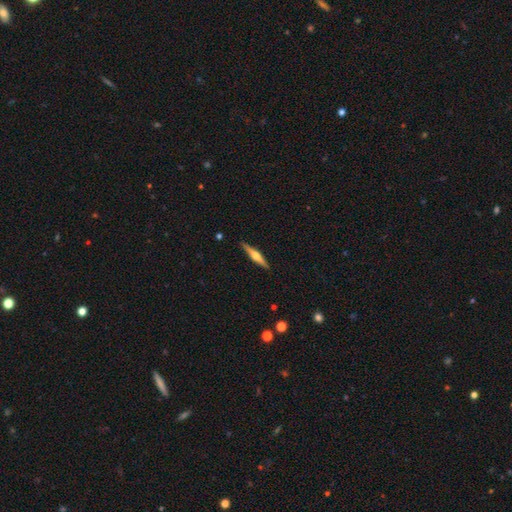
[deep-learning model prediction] featured or disk 72%, smooth 22%, star or artifact 5%. Down the decision tree: edge-on disk — yes (98%); edge-on bulge — rounded (90%); merging — none (91%).